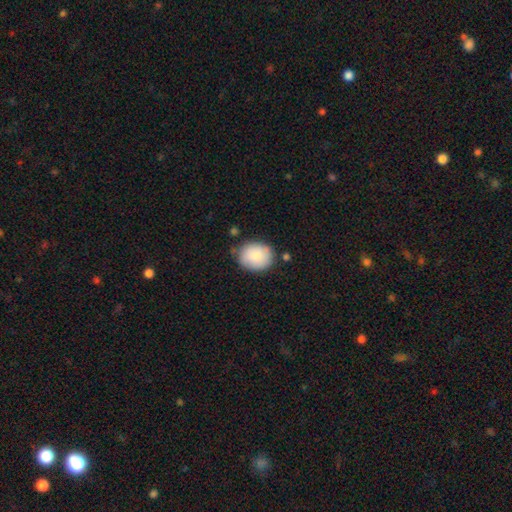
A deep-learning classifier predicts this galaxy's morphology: This appears to be a smooth galaxy with no disk features (82%) that is round (60%). Merging: none (75%).